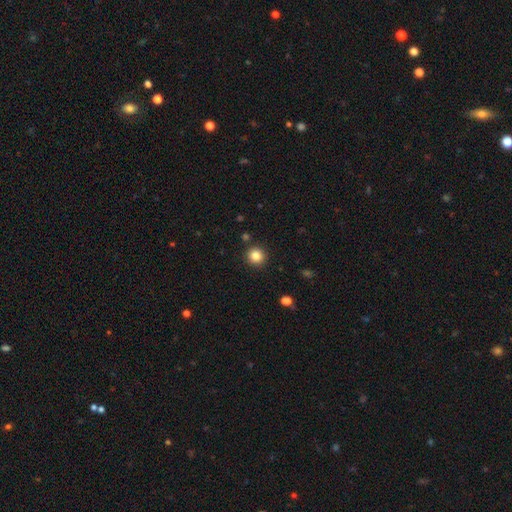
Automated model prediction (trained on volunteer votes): This appears to be a smooth galaxy with no disk features (85%) that is round (94%). Merging: none (90%).